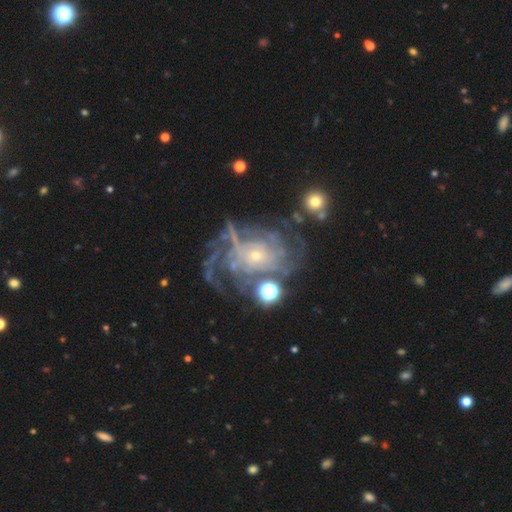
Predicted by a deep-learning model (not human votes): Smooth or featured? featured or disk (84%)
Edge-on disk? no (97%)
Bar? no (79%)
Spiral arms? yes (90%)
Spiral winding? tight (55%)
Spiral arm count? can't tell (36%)
Bulge size? small (78%)
Merging? none (53%)